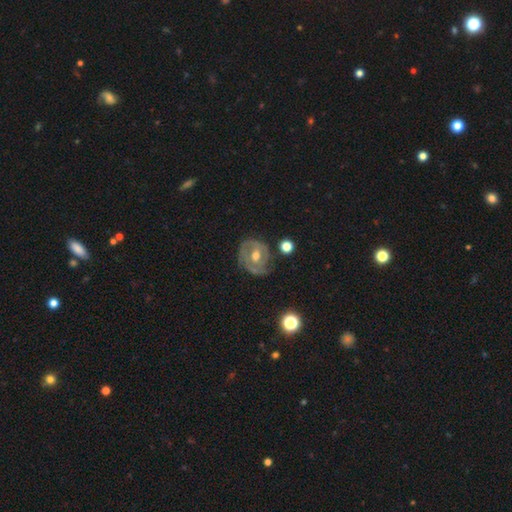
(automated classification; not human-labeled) The model was most divided on "bar": no: 44%, weak: 42%, strong: 14%. More confident: edge-on disk — no (97%); spiral arms — yes (85%); smooth or featured — featured or disk (80%); bulge size — moderate (75%); merging — none (70%); spiral winding — tight (62%); spiral arm count — 2 (57%).